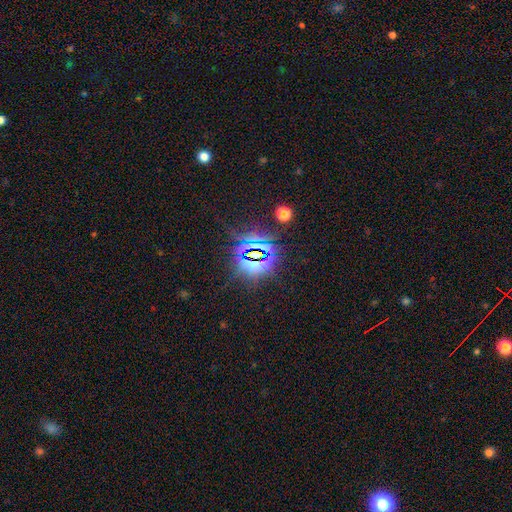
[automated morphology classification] Smooth or featured? Predicted: star or artifact (p=0.78).